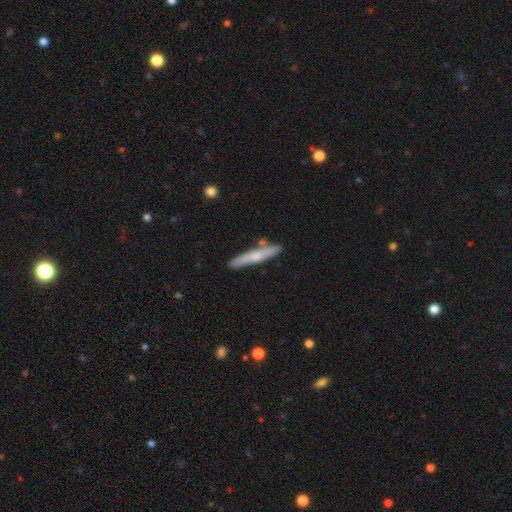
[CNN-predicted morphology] This appears to be a smooth galaxy with no disk features (55%) that is cigar-shaped (93%). Merging: none (82%).